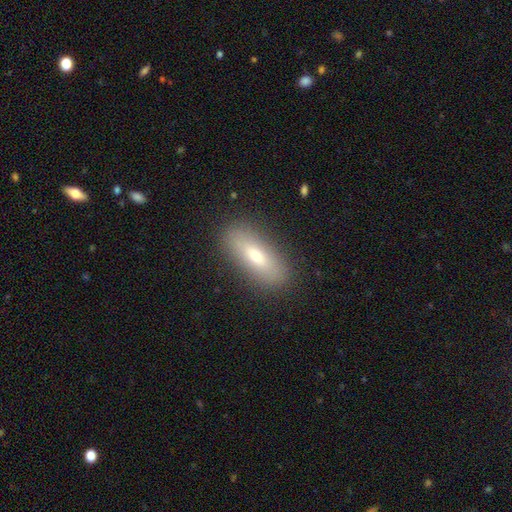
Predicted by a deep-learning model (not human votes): Smooth or featured?
  - smooth: 68% *
  - featured or disk: 24%
  - star or artifact: 8%
How rounded?
  - in between: 62% *
  - cigar-shaped: 35%
  - round: 3%
Merging?
  - none: 87% *
  - minor disturbance: 9%
  - major disturbance: 3%
  - merger: 1%